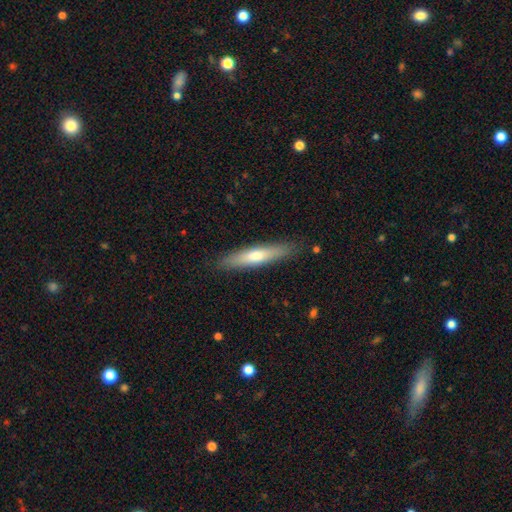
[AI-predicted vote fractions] smooth-or-featured: smooth: 65% | featured or disk: 30% | star or artifact: 6%
  how-rounded: cigar-shaped: 82% | in between: 16% | round: 1%
  merging: none: 87% | minor disturbance: 10% | major disturbance: 2% | merger: 1%